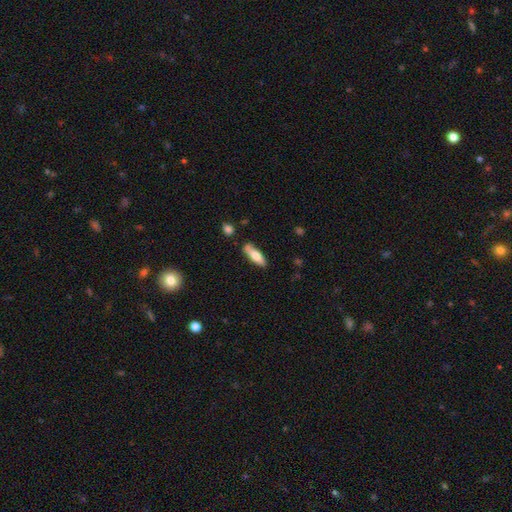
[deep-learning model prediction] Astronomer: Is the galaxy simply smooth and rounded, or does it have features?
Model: smooth — 70%.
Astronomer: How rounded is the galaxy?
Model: cigar-shaped — 51% (runner-up: in between, 47%).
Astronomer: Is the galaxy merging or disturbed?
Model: none — 78%.